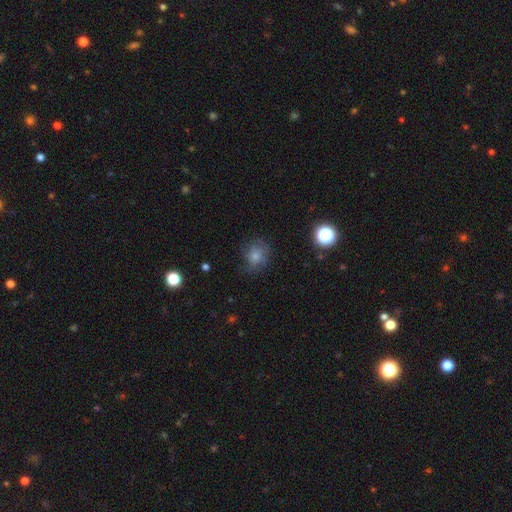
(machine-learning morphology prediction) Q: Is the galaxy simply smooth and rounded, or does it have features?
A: smooth — 73%.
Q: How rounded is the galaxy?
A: round — 74%.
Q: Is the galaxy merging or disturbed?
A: none — 65%.